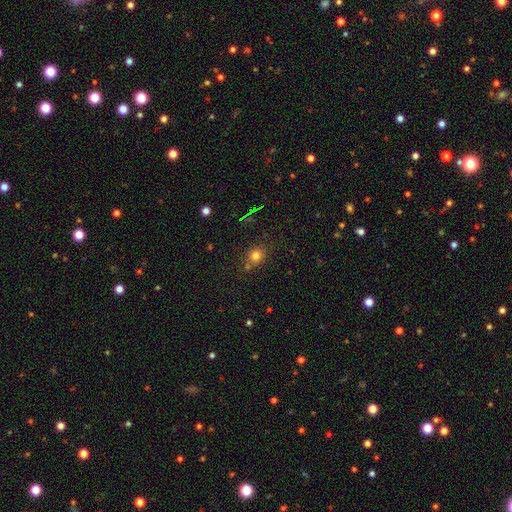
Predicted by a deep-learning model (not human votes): This is likely a smooth galaxy (73%). How rounded: likely round (72%). Merging: likely none (70%).